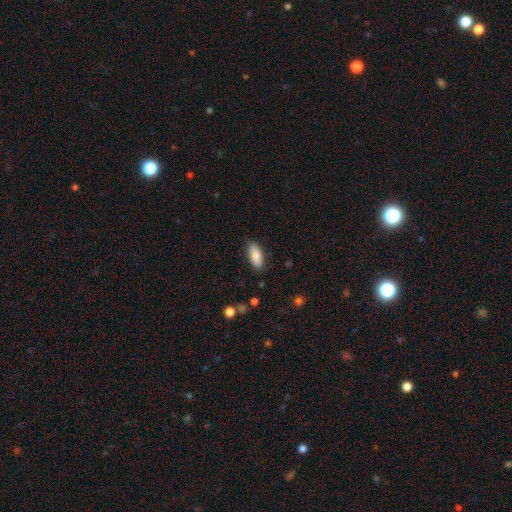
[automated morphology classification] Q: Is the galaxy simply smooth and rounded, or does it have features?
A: smooth — 84%.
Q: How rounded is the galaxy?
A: in between — 86%.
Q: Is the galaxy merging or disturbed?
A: none — 86%.